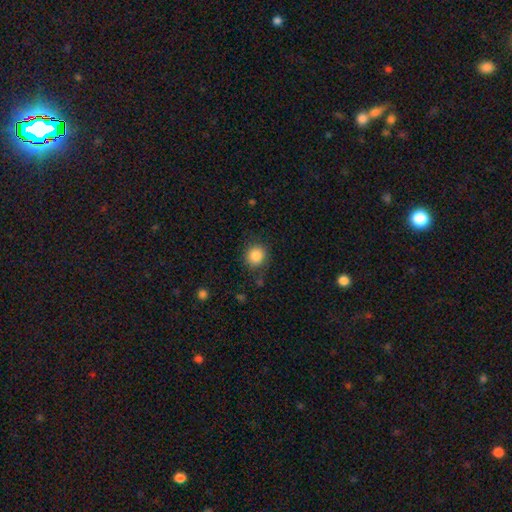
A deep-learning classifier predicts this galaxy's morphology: smooth-or-featured: smooth: 86% | star or artifact: 10% | featured or disk: 4%
  how-rounded: round: 86% | in between: 13% | cigar-shaped: 1%
  merging: none: 82% | minor disturbance: 12% | major disturbance: 4% | merger: 2%